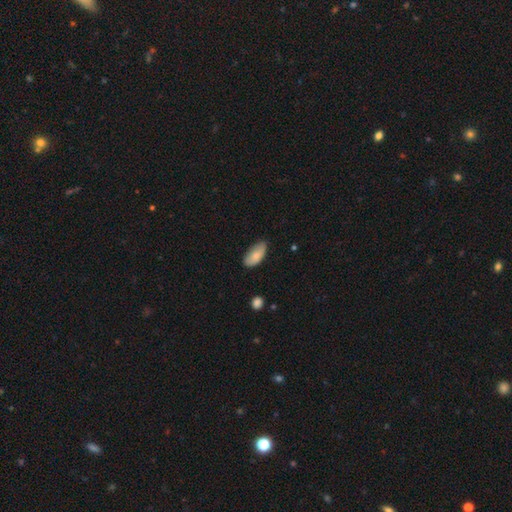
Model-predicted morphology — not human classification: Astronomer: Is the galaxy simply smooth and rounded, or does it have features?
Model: smooth — 80%.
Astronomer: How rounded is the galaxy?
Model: in between — 92%.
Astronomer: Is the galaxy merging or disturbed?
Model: none — 70%.